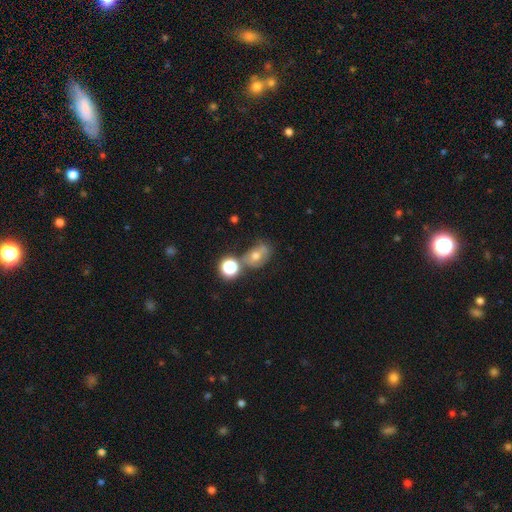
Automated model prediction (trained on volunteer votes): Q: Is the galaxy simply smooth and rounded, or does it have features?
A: smooth — 53%.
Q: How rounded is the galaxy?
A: in between — 65%.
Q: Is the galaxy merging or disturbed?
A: none — 48%.